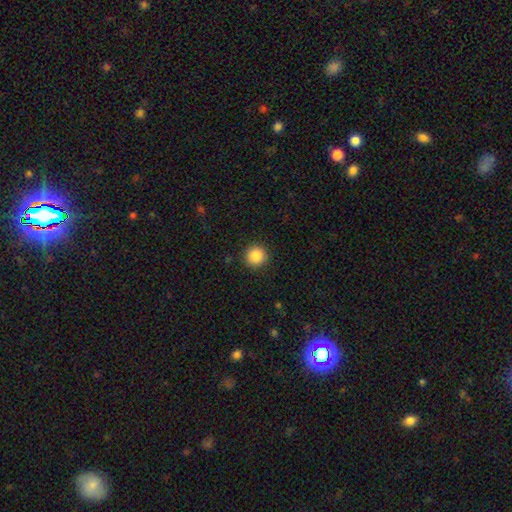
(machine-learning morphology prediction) Smooth or featured? Predicted: smooth (p=0.87). How rounded? Predicted: round (p=0.94). Merging? Predicted: none (p=0.92).